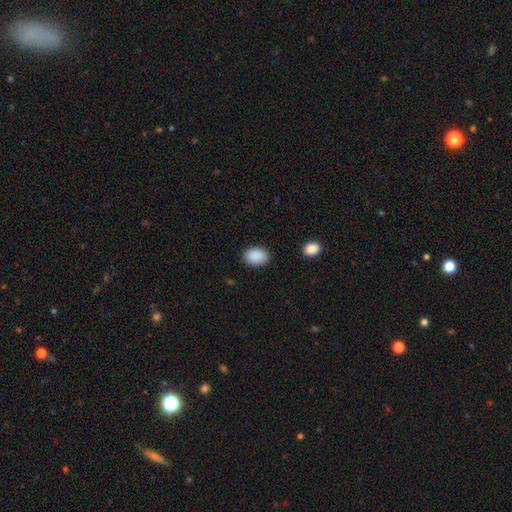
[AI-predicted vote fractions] smooth_or_featured: smooth (p=0.90) [alt: star or artifact p=0.07]
how_rounded: in between (p=0.78) [alt: round p=0.21]
merging: none (p=0.86) [alt: minor disturbance p=0.10]